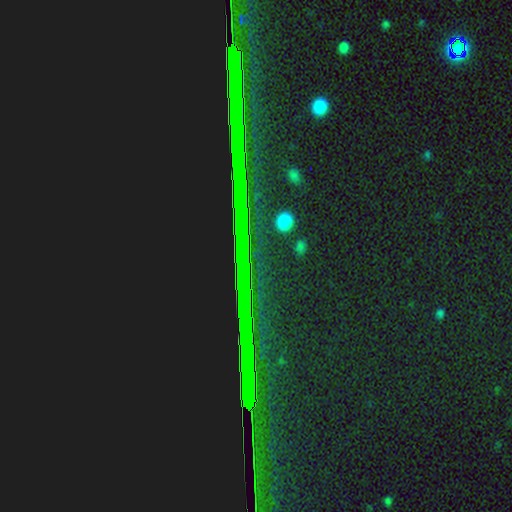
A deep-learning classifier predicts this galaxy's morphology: star or artifact 87%, smooth 7%, featured or disk 6%.